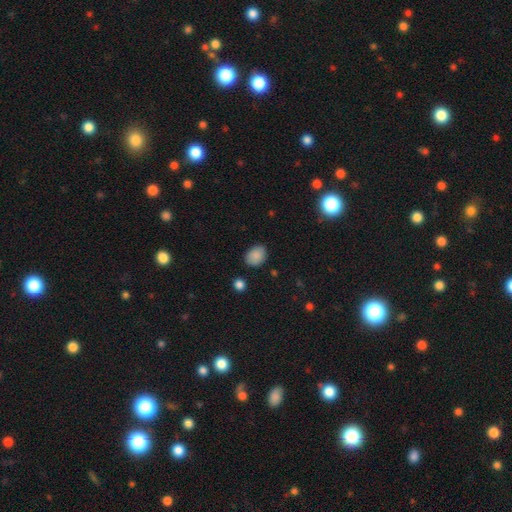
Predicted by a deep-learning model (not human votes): Q: Smooth or featured?
A: smooth (88%); runner-up: star or artifact (8%)
Q: How rounded?
A: in between (68%); runner-up: round (31%)
Q: Merging?
A: none (80%); runner-up: minor disturbance (15%)